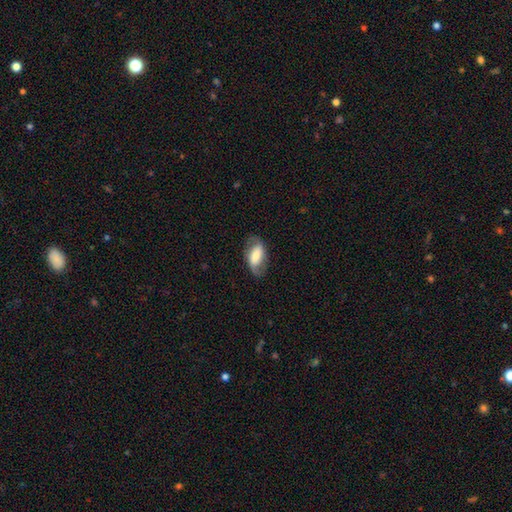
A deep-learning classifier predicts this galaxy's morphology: This is possibly a smooth galaxy (48%). Merging: likely none (74%).